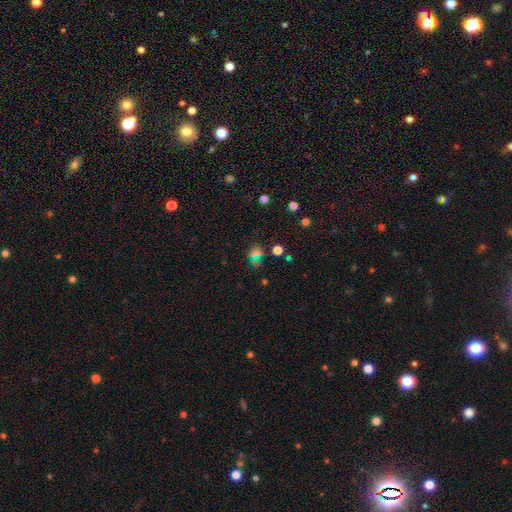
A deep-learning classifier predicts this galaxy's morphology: A smooth galaxy with no disk features (48%). Merging: none (68%).